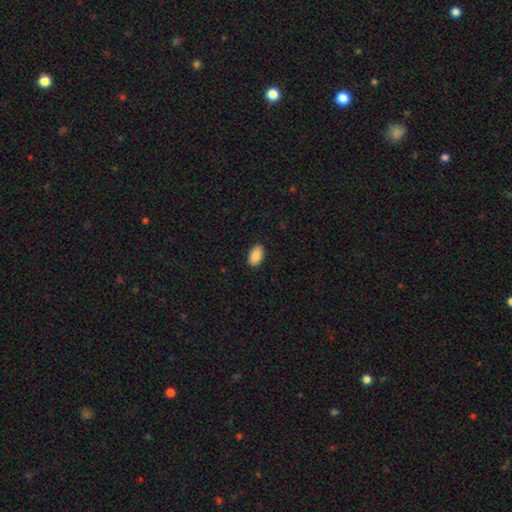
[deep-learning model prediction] Smooth or featured?
  - smooth: 90% *
  - star or artifact: 7%
  - featured or disk: 3%
How rounded?
  - in between: 94% *
  - round: 4%
  - cigar-shaped: 2%
Merging?
  - none: 89% *
  - minor disturbance: 8%
  - major disturbance: 2%
  - merger: 1%